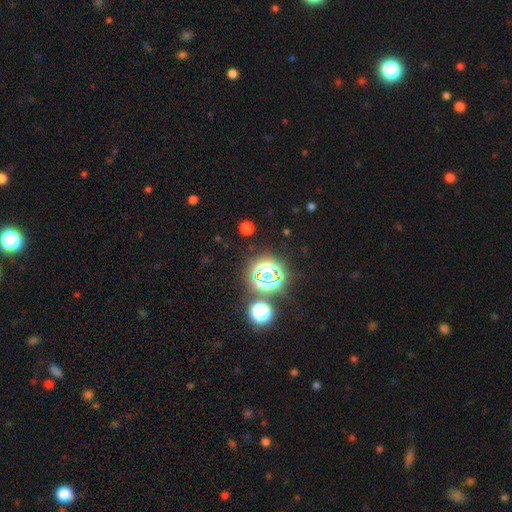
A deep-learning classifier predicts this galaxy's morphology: smooth_or_featured: star or artifact (p=0.76) [alt: smooth p=0.18]